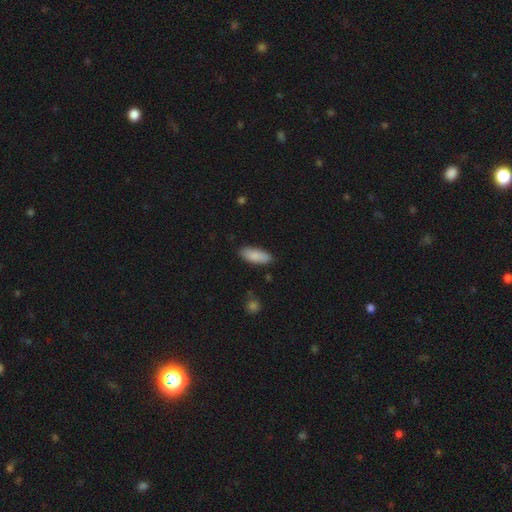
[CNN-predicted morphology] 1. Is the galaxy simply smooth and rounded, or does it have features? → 87% smooth, 7% featured or disk, 6% star or artifact.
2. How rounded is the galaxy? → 81% in between, 18% cigar-shaped, 2% round.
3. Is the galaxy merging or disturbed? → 85% none, 12% minor disturbance, 2% major disturbance, 1% merger.